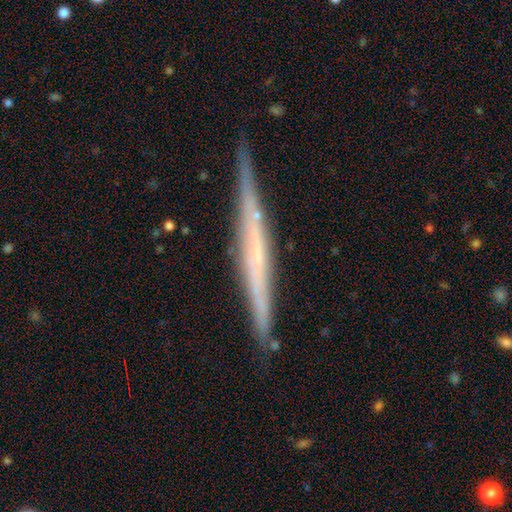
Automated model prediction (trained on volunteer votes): Smooth or featured? Predicted: featured or disk (p=0.68). Edge-on disk? Predicted: yes (p=0.97). Edge-on bulge? Predicted: none (p=0.75). Merging? Predicted: none (p=0.85).